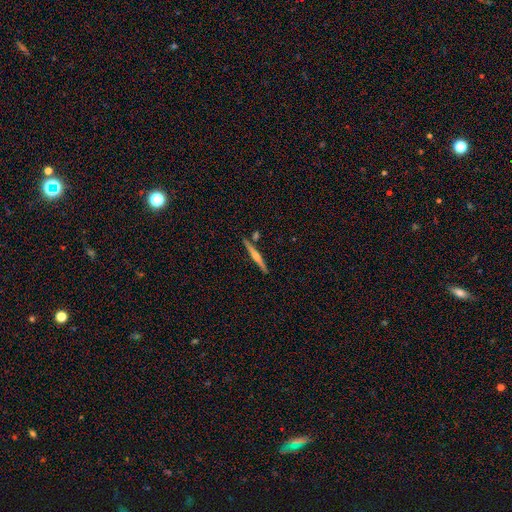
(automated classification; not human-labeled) Q: Smooth or featured?
A: featured or disk (62%); runner-up: smooth (32%)
Q: Edge-on disk?
A: yes (98%); runner-up: no (2%)
Q: Edge-on bulge?
A: rounded (71%); runner-up: none (17%)
Q: Merging?
A: none (85%); runner-up: minor disturbance (8%)